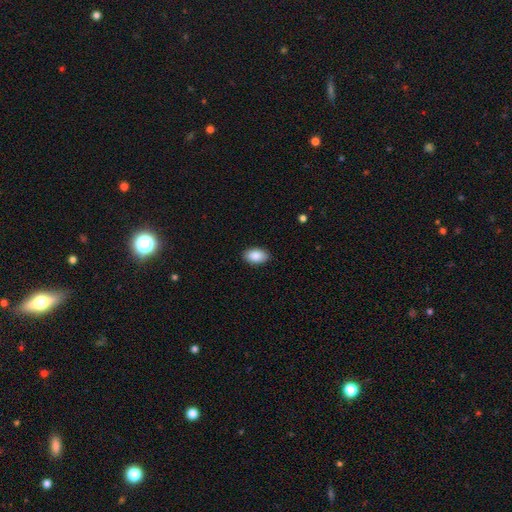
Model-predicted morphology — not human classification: Smooth or featured?
  - smooth: 89% *
  - star or artifact: 7%
  - featured or disk: 4%
How rounded?
  - in between: 92% *
  - round: 7%
  - cigar-shaped: 1%
Merging?
  - none: 89% *
  - minor disturbance: 8%
  - major disturbance: 2%
  - merger: 1%